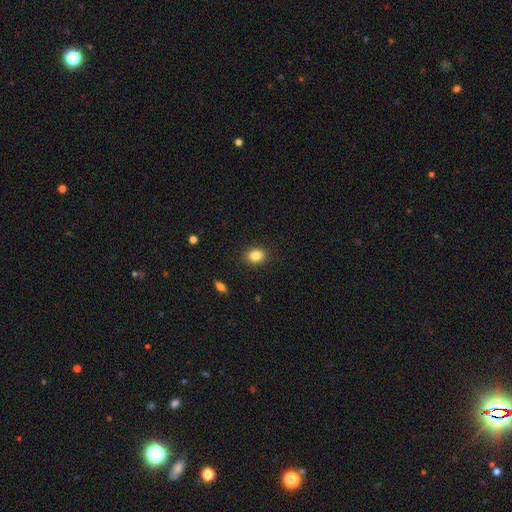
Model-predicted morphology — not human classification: Smooth or featured?
  - smooth: 84% *
  - star or artifact: 10%
  - featured or disk: 6%
How rounded?
  - round: 53% *
  - in between: 46%
  - cigar-shaped: 1%
Merging?
  - none: 89% *
  - minor disturbance: 8%
  - major disturbance: 2%
  - merger: 1%